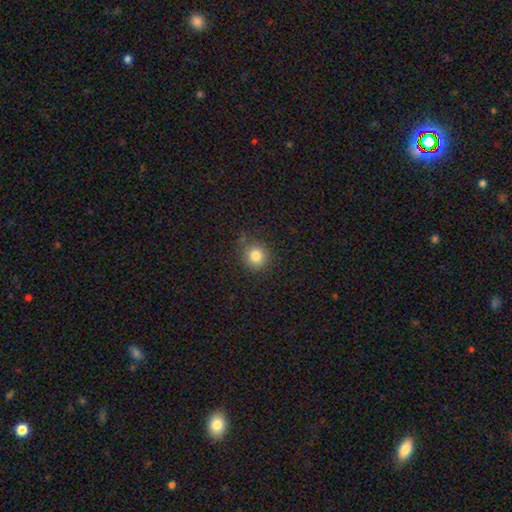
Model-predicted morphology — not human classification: A smooth galaxy with no disk features (82%) that is round (90%).

Vote fractions:
- Smooth or featured? smooth: 82% / star or artifact: 12% / featured or disk: 6%
- How rounded? round: 90% / in between: 10% / cigar-shaped: 1%
- Merging? none: 82% / minor disturbance: 12% / major disturbance: 4% / merger: 2%